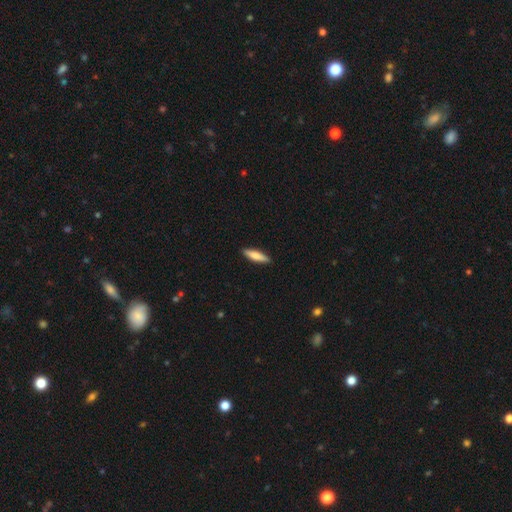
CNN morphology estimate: The model was most divided on "how rounded": cigar-shaped: 72%, in between: 26%, round: 2%. More confident: merging — none (90%); smooth or featured — smooth (76%).